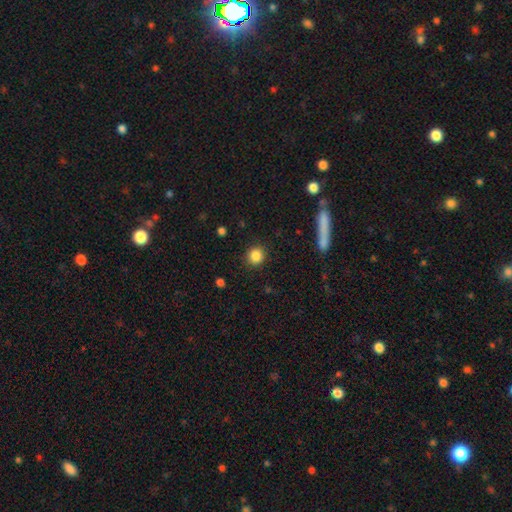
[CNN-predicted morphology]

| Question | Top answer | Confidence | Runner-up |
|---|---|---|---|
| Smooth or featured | smooth | 85% | star or artifact (10%) |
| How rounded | round | 89% | in between (10%) |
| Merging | none | 89% | minor disturbance (7%) |